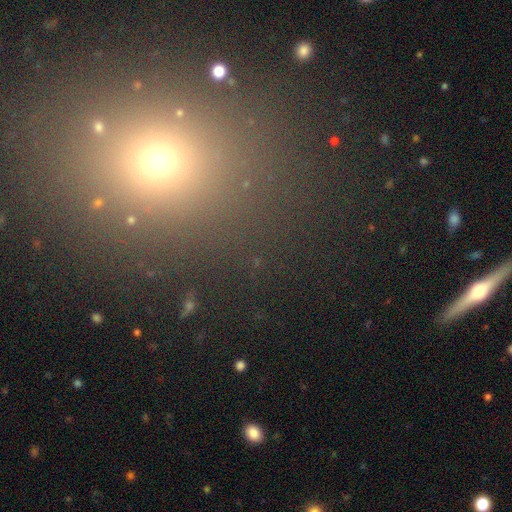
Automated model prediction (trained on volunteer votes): Smooth or featured? Predicted: smooth (p=0.52). How rounded? Predicted: round (p=0.64). Merging? Predicted: none (p=0.85).